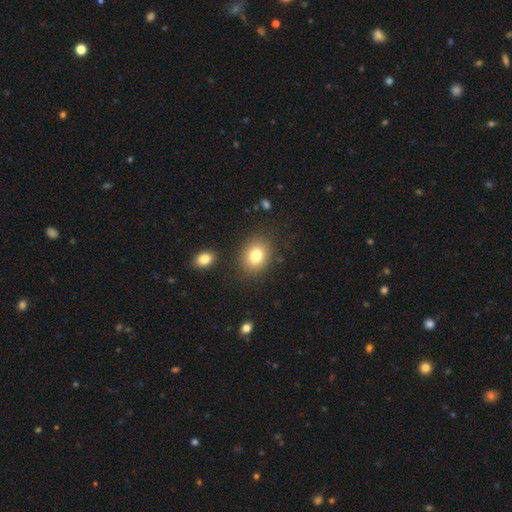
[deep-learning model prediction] This is likely a smooth galaxy (79%). How rounded: possibly in between (54%). Merging: clearly none (84%).